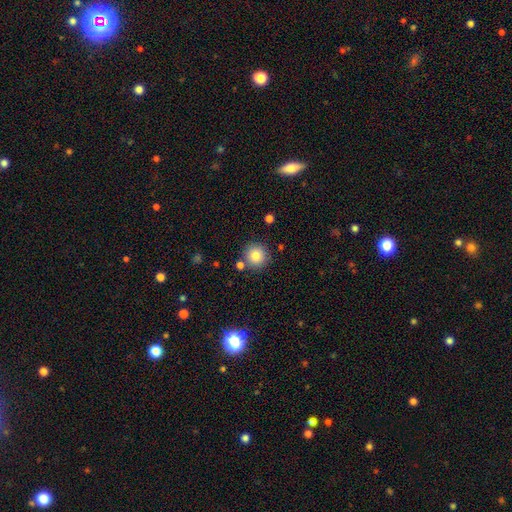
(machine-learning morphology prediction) type=smooth (81%); roundness=round (94%); merging=none (82%).